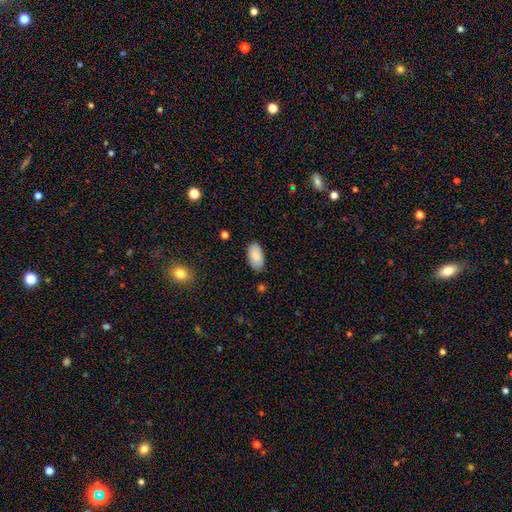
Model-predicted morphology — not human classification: Q: Smooth or featured?
A: smooth (88%); runner-up: star or artifact (6%)
Q: How rounded?
A: in between (95%); runner-up: round (3%)
Q: Merging?
A: none (84%); runner-up: minor disturbance (12%)